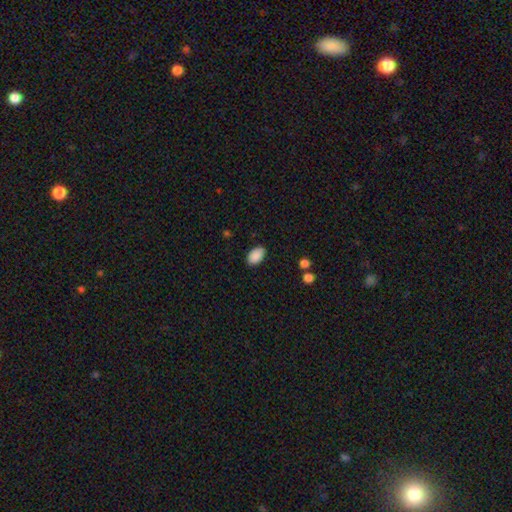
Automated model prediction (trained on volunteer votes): smooth 90%, star or artifact 7%, featured or disk 3%. Down the decision tree: how rounded — in between (92%); merging — none (87%).